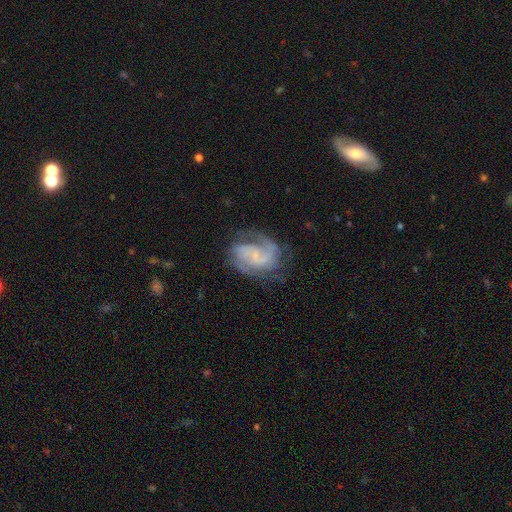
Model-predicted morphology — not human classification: Q: Smooth or featured?
A: featured or disk (80%); runner-up: smooth (13%)
Q: Edge-on disk?
A: no (98%); runner-up: yes (2%)
Q: Bar?
A: no (53%); runner-up: weak (38%)
Q: Spiral arms?
A: yes (93%); runner-up: no (7%)
Q: Spiral winding?
A: medium (46%); runner-up: tight (34%)
Q: Spiral arm count?
A: 2 (59%); runner-up: can't tell (17%)
Q: Bulge size?
A: small (50%); runner-up: none (35%)
Q: Merging?
A: none (62%); runner-up: minor disturbance (20%)